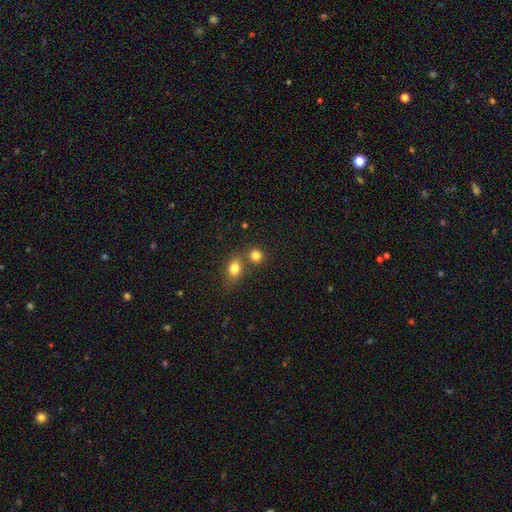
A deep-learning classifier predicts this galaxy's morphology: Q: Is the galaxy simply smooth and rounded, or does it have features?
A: smooth — 81%.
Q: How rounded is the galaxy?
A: round — 75%.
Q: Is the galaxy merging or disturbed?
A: none — 60%.